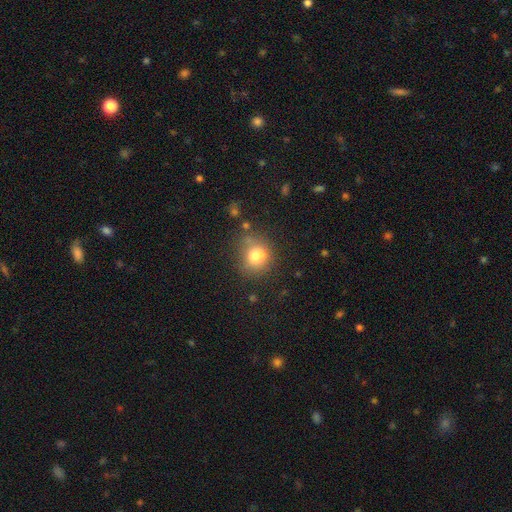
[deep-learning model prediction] Smooth or featured? Predicted: smooth (p=0.72). How rounded? Predicted: round (p=0.72). Merging? Predicted: none (p=0.49).